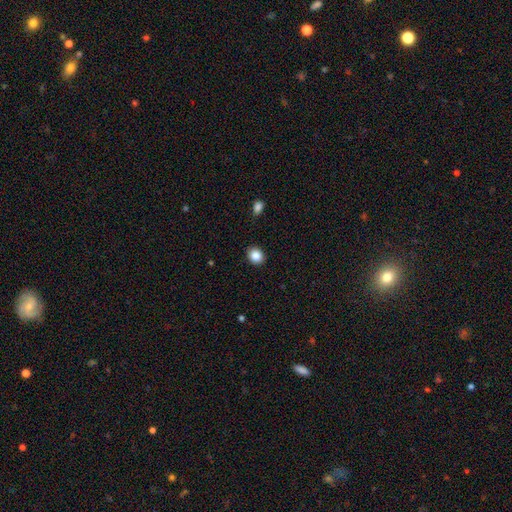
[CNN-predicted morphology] smooth-or-featured: smooth: 86% | star or artifact: 9% | featured or disk: 4%
  how-rounded: round: 67% | in between: 32% | cigar-shaped: 1%
  merging: none: 90% | minor disturbance: 7% | major disturbance: 2% | merger: 1%